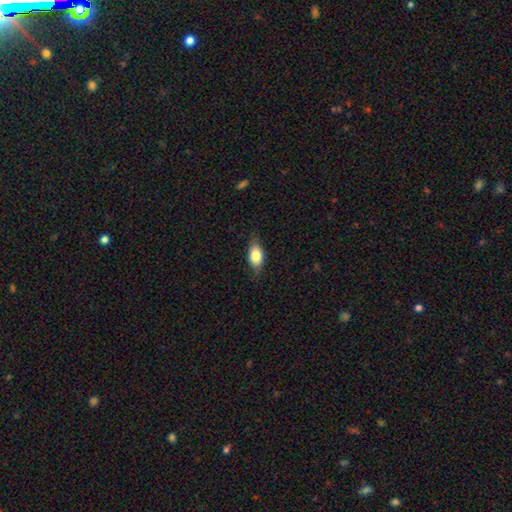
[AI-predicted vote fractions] smooth_or_featured: smooth (p=0.77) [alt: featured or disk p=0.16]
how_rounded: in between (p=0.85) [alt: round p=0.08]
merging: none (p=0.78) [alt: minor disturbance p=0.17]